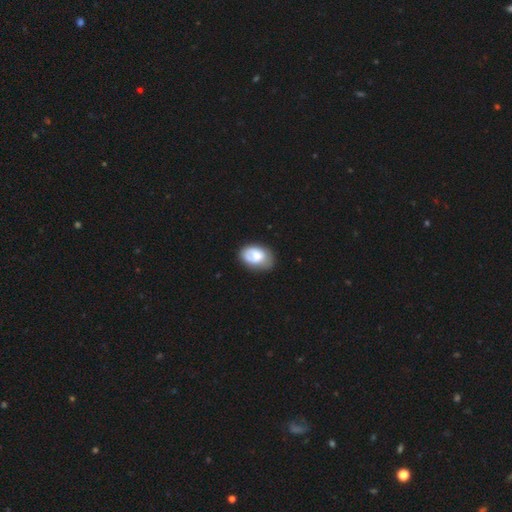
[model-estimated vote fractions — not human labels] Smooth or featured?
  - smooth: 67% *
  - featured or disk: 26%
  - star or artifact: 6%
How rounded?
  - in between: 81% *
  - round: 18%
  - cigar-shaped: 1%
Merging?
  - none: 53% *
  - minor disturbance: 32%
  - major disturbance: 12%
  - merger: 3%